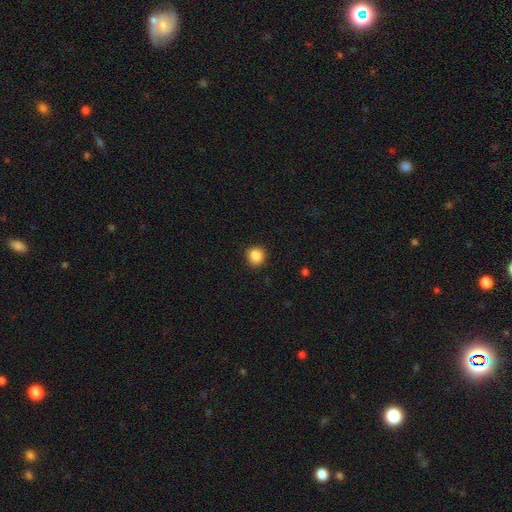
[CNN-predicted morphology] Smooth or featured: smooth — 88% (star or artifact — 10%)
How rounded: round — 92% (in between — 7%)
Merging: none — 89% (minor disturbance — 8%)